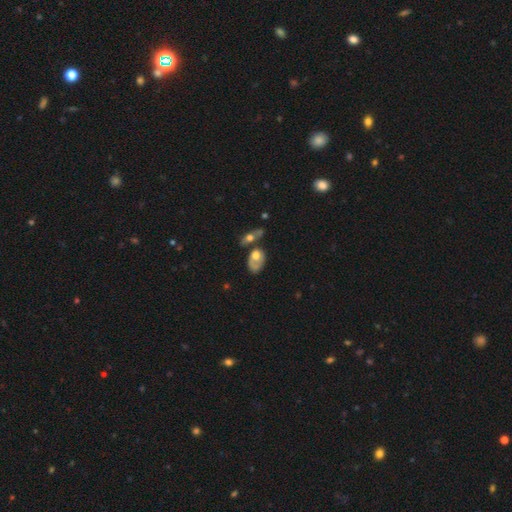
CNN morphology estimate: Overall: smooth (52%; featured or disk 41%). How rounded: in between (80%). Merging: merger (36%; none 33%).